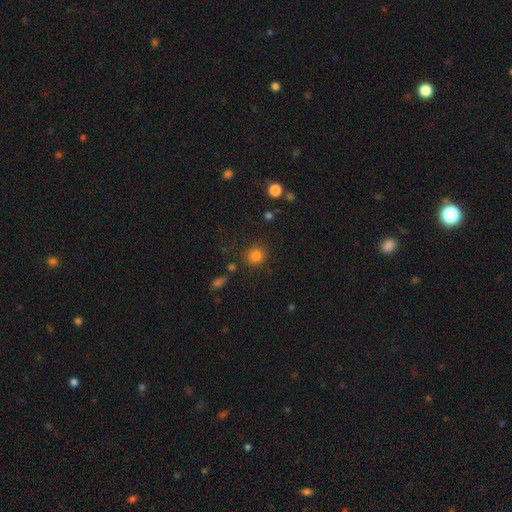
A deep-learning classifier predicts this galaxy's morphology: Smooth or featured: smooth — 82% (star or artifact — 13%)
How rounded: round — 90% (in between — 9%)
Merging: none — 85% (minor disturbance — 9%)